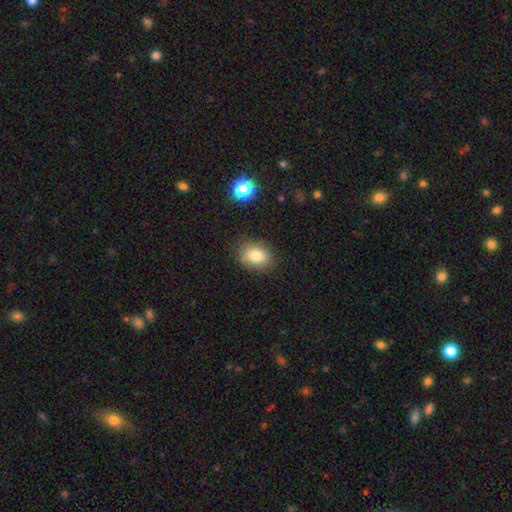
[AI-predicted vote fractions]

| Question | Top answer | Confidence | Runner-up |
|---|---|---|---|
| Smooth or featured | smooth | 80% | star or artifact (11%) |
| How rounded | in between | 62% | round (37%) |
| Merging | none | 81% | minor disturbance (14%) |